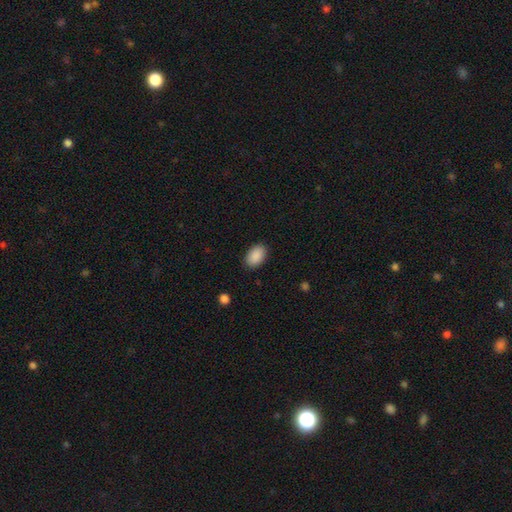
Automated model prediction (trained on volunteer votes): smooth_or_featured: smooth (p=0.91) [alt: star or artifact p=0.07]
how_rounded: in between (p=0.91) [alt: round p=0.08]
merging: none (p=0.88) [alt: minor disturbance p=0.08]